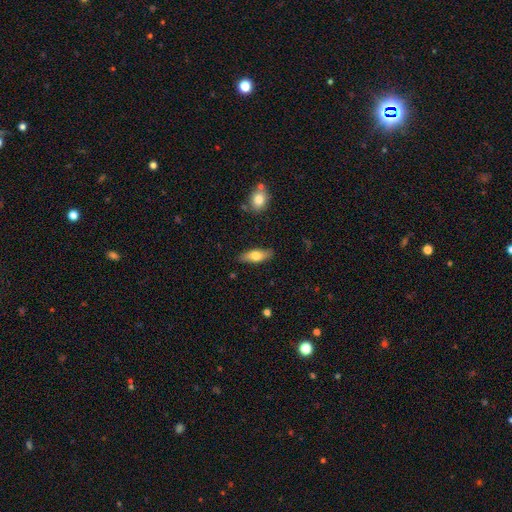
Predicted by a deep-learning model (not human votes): Overall: smooth (67%; featured or disk 27%). How rounded: in between (64%; cigar-shaped 33%). Merging: none (85%).